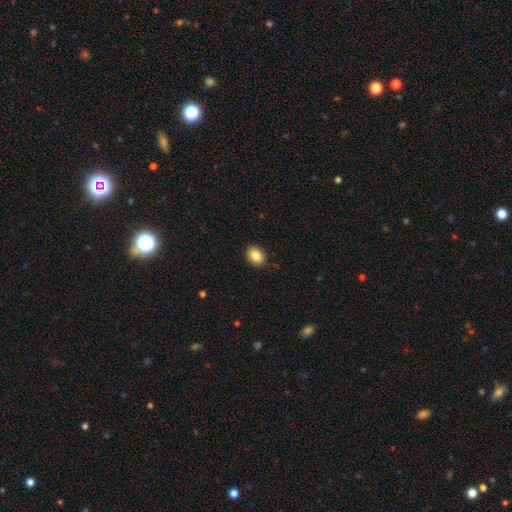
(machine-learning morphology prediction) type=smooth (85%); roundness=in between (66%); merging=none (90%).